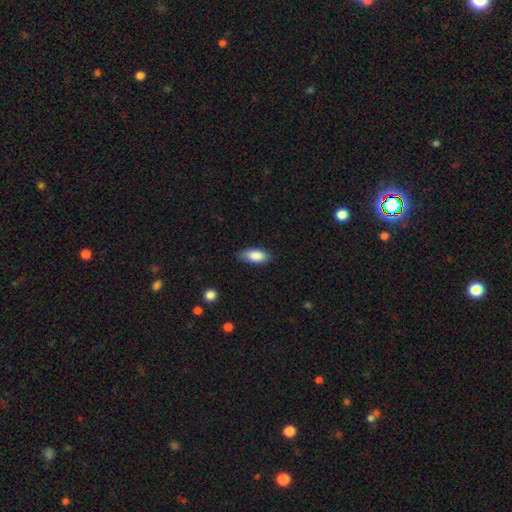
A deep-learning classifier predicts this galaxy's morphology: Smooth or featured? Predicted: smooth (p=0.86). How rounded? Predicted: in between (p=0.86). Merging? Predicted: none (p=0.73).